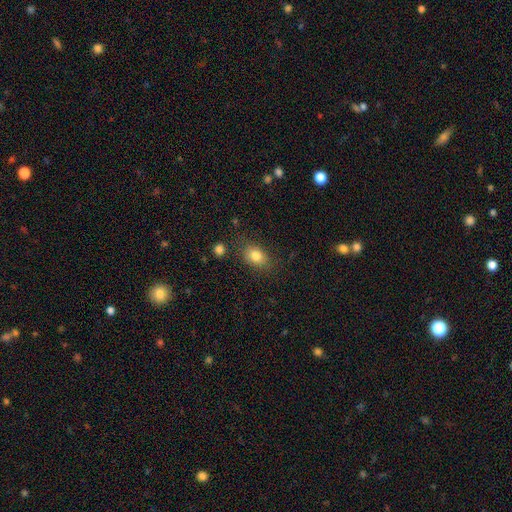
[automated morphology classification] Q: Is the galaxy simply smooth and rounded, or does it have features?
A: smooth — 81%.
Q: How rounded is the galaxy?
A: in between — 76%.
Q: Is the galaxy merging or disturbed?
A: none — 79%.